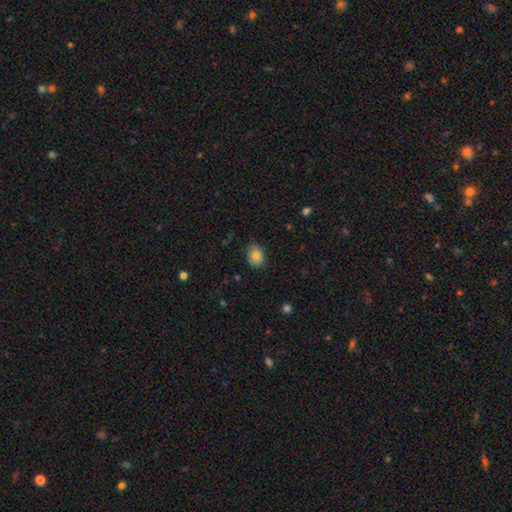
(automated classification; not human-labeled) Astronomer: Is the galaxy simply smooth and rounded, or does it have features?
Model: smooth — 83%.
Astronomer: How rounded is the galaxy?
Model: in between — 57% (runner-up: round, 42%).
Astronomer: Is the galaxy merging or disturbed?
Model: none — 79%.